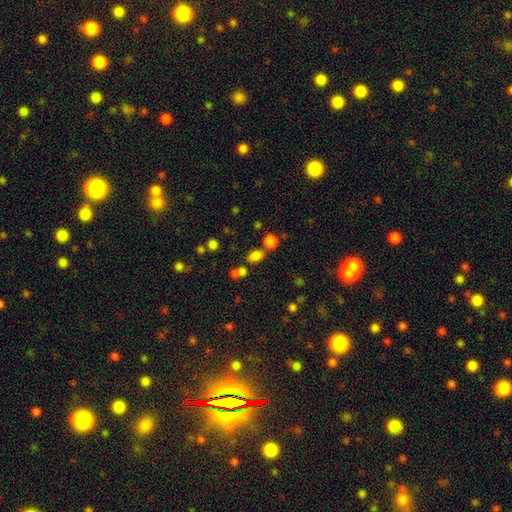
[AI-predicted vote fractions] Smooth or featured? smooth (75%)
How rounded? in between (59%)
Merging? none (62%)